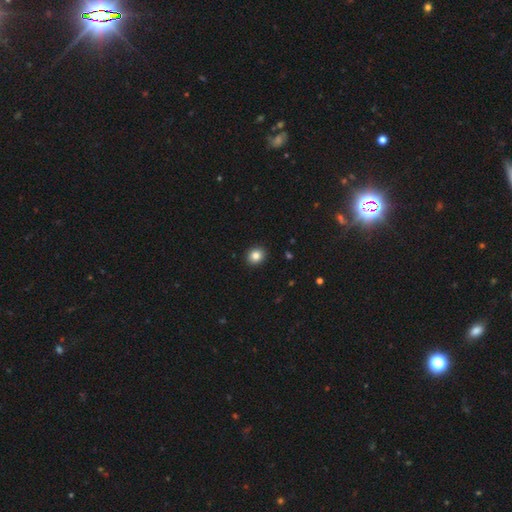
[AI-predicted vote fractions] This appears to be a smooth galaxy with no disk features (85%) that is round (74%). Merging: none (92%).